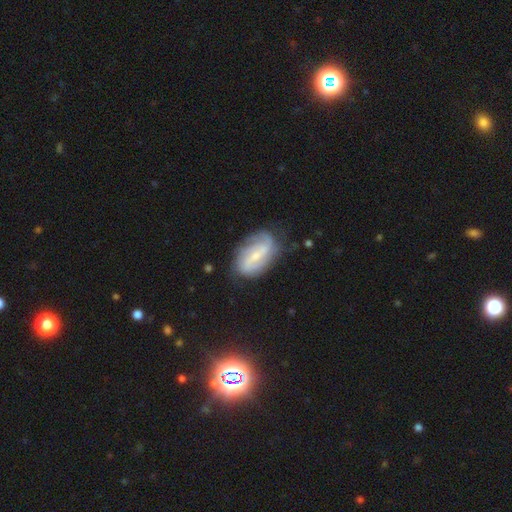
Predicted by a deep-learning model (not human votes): A featured or disk galaxy (76%) with a weak bar (45%), 2 (57%) medium (39%) spiral arms (90%) and a small central bulge (63%). Merging: none (69%).